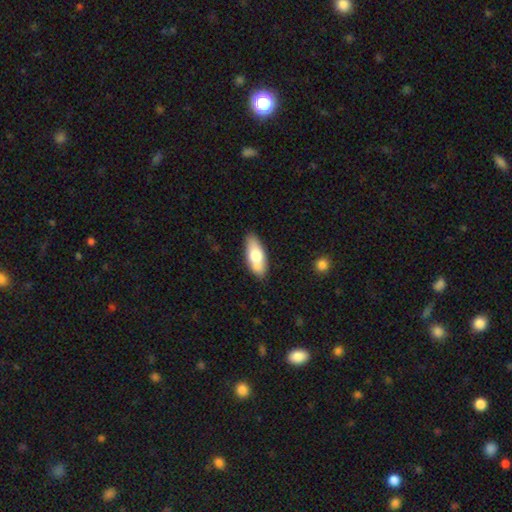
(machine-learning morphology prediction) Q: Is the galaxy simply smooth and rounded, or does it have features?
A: smooth — 68%.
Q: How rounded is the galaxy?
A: in between — 76%.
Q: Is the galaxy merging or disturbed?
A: none — 80%.